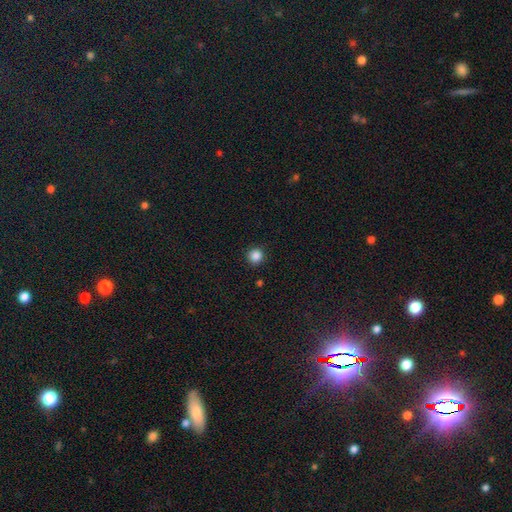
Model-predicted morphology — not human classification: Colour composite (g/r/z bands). It shows a smooth galaxy with no disk features (86%) that is round (94%). Merging: none (91%).